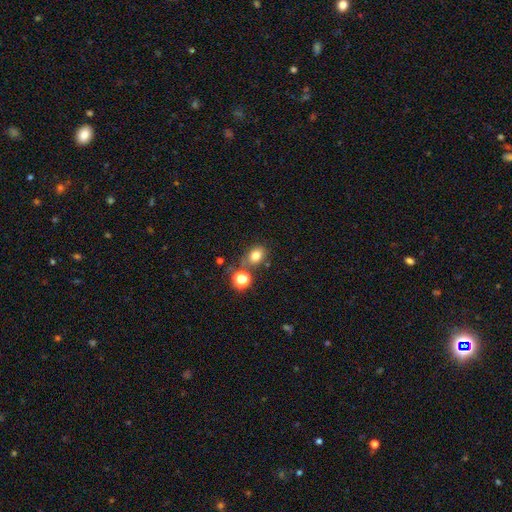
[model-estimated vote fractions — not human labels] This is likely a smooth galaxy (77%). How rounded: possibly in between (60%). Merging: likely none (68%).